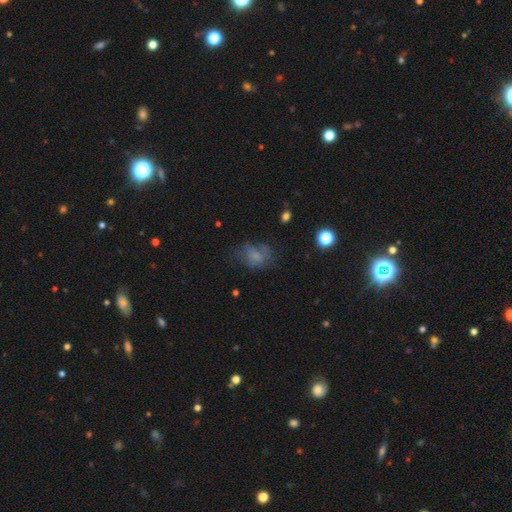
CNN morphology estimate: This appears to be a smooth galaxy with no disk features (60%) that is in between round and cigar-shaped (66%). Merging: none (47%).